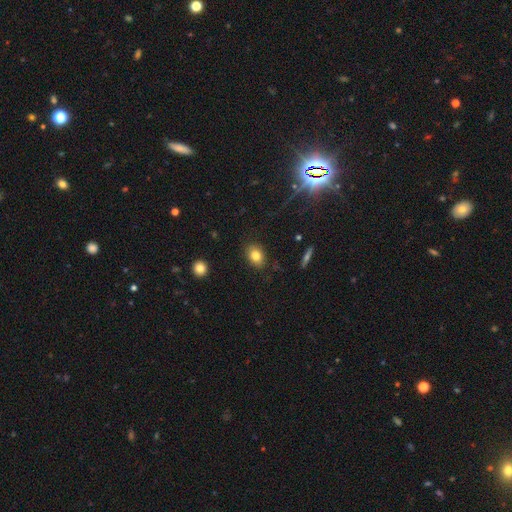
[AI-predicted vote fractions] This appears to be a smooth galaxy with no disk features (81%) that is in between round and cigar-shaped (71%). Merging: none (86%).